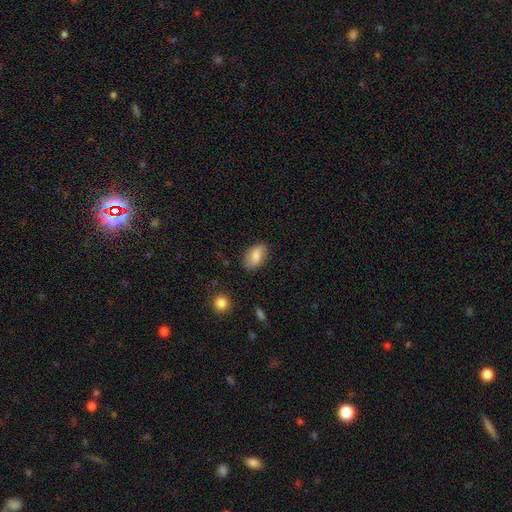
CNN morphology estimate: Smooth or featured?
  - smooth: 81% *
  - featured or disk: 12%
  - star or artifact: 7%
How rounded?
  - in between: 92% *
  - round: 6%
  - cigar-shaped: 2%
Merging?
  - none: 80% *
  - minor disturbance: 15%
  - major disturbance: 3%
  - merger: 2%